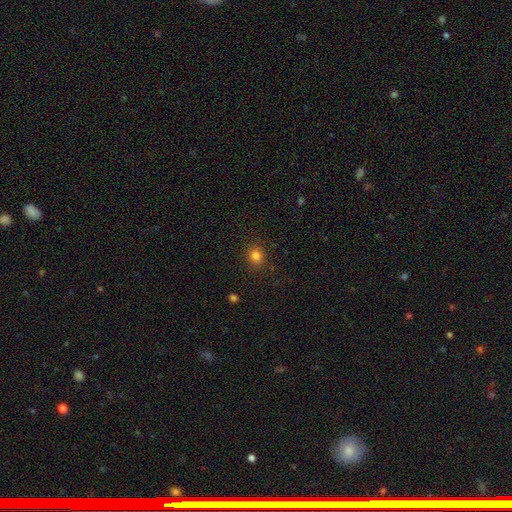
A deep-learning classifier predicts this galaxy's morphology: Smooth or featured? smooth (82%)
How rounded? round (71%)
Merging? none (88%)